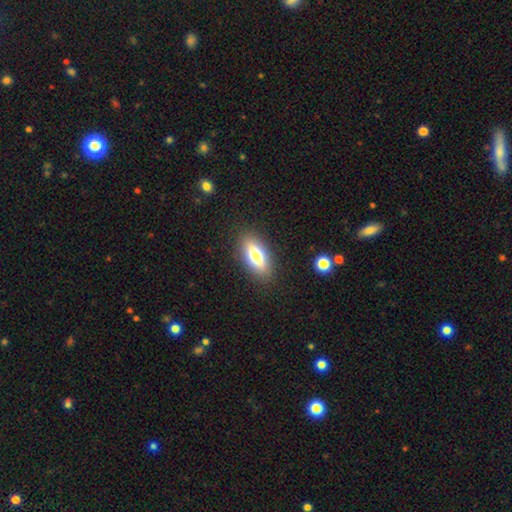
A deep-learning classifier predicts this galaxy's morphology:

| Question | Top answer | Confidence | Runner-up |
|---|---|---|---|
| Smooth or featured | smooth | 69% | featured or disk (23%) |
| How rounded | in between | 75% | cigar-shaped (21%) |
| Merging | none | 87% | minor disturbance (9%) |